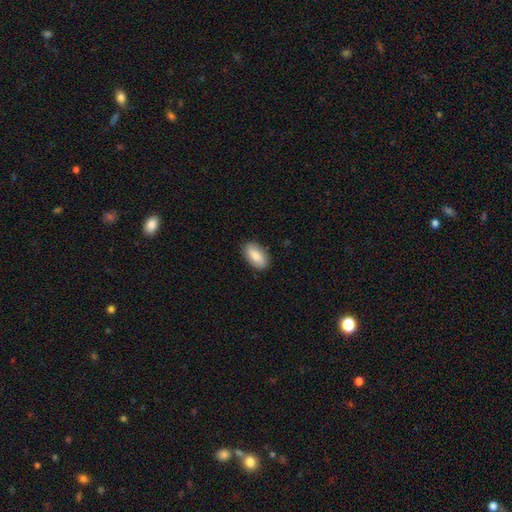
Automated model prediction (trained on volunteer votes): This appears to be a smooth galaxy with no disk features (83%) that is in between round and cigar-shaped (92%). Merging: none (87%).